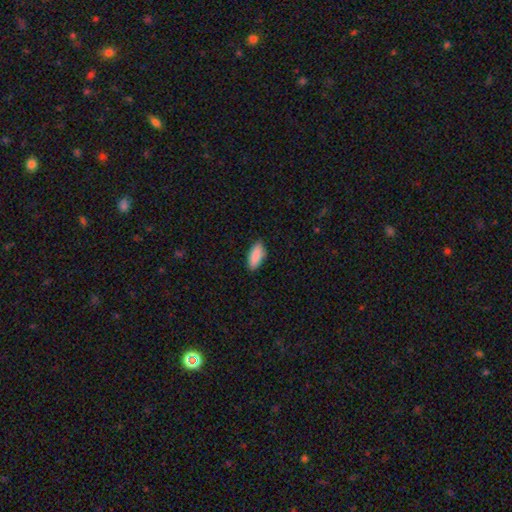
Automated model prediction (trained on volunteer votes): smooth_or_featured: smooth (p=0.90) [alt: star or artifact p=0.06]
how_rounded: in between (p=0.84) [alt: cigar-shaped p=0.14]
merging: none (p=0.86) [alt: minor disturbance p=0.11]